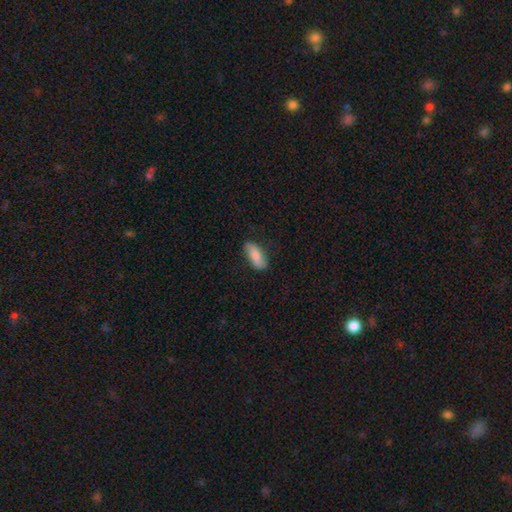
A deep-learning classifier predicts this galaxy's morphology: Smooth or featured? smooth (81%)
How rounded? in between (79%)
Merging? none (78%)